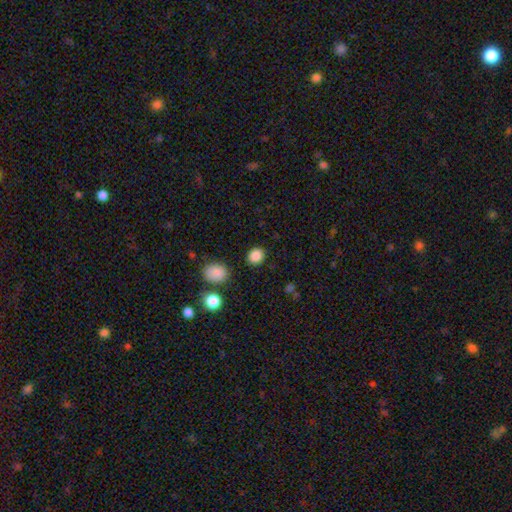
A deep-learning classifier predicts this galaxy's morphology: This is clearly a smooth galaxy (86%). How rounded: likely round (69%). Merging: clearly none (88%).